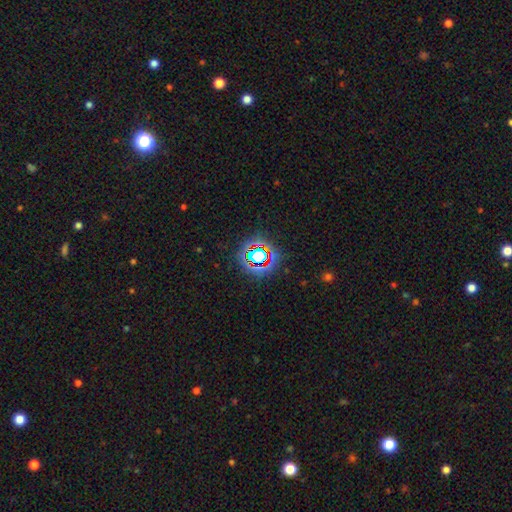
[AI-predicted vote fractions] smooth_or_featured: star or artifact (p=0.65) [alt: smooth p=0.22]